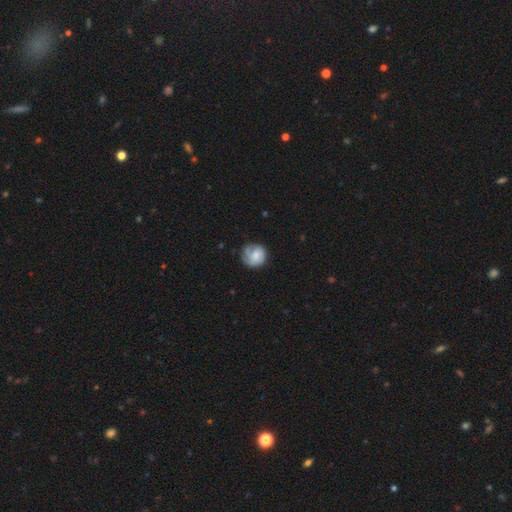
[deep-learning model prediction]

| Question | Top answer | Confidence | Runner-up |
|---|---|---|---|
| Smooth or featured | featured or disk | 48% | smooth (45%) |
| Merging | none | 64% | minor disturbance (24%) |